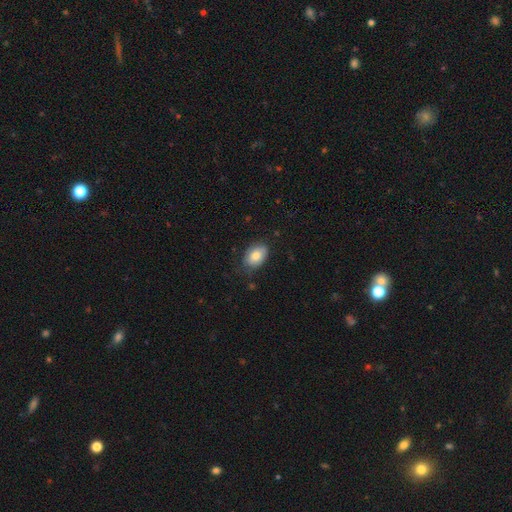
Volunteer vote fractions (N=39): This appears to be a smooth galaxy with no disk features (82%) that is in between round and cigar-shaped (84%). Merging: none (87%).